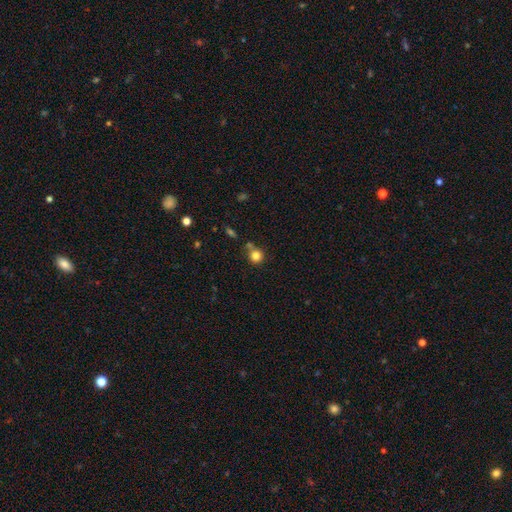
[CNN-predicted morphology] Smooth or featured? smooth (83%)
How rounded? round (91%)
Merging? none (67%)